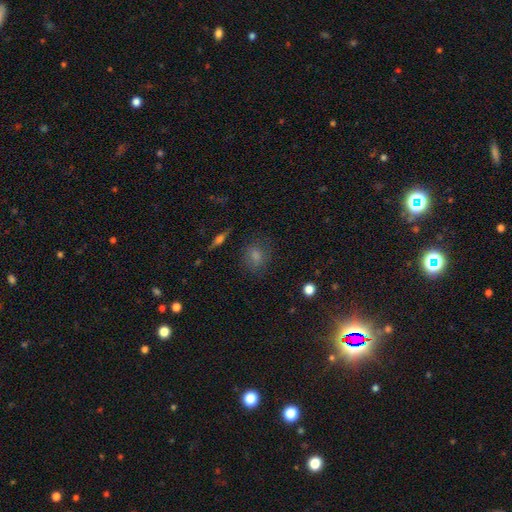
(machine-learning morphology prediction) Q: Smooth or featured?
A: smooth (52%); runner-up: star or artifact (33%)
Q: How rounded?
A: round (73%); runner-up: in between (25%)
Q: Merging?
A: none (81%); runner-up: minor disturbance (12%)